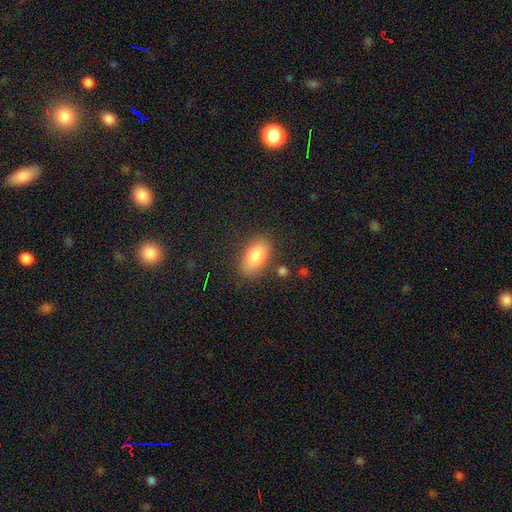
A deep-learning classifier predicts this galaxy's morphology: This is clearly a smooth galaxy (84%). How rounded: clearly in between (92%). Merging: clearly none (80%).